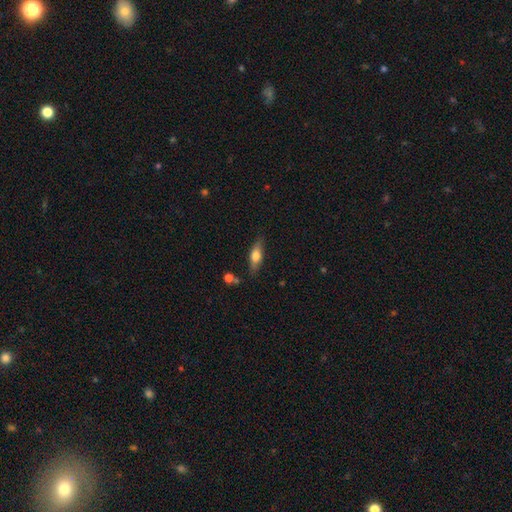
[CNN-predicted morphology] smooth-or-featured: smooth: 60% | featured or disk: 34% | star or artifact: 7%
  how-rounded: in between: 55% | cigar-shaped: 42% | round: 3%
  merging: none: 79% | minor disturbance: 14% | merger: 3% | major disturbance: 3%